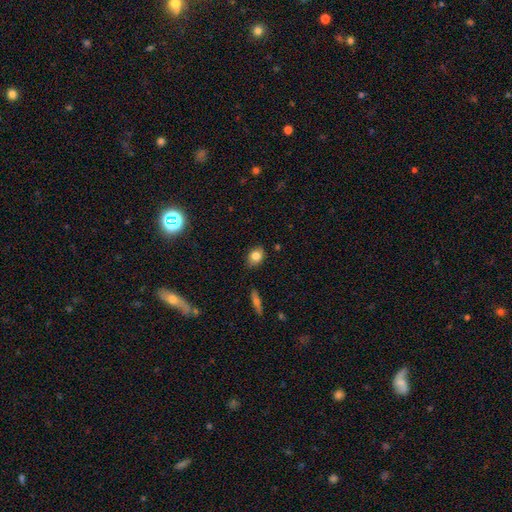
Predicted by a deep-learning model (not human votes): smooth_or_featured: smooth (p=0.80) [alt: featured or disk p=0.10]
how_rounded: in between (p=0.67) [alt: round p=0.31]
merging: none (p=0.81) [alt: minor disturbance p=0.15]